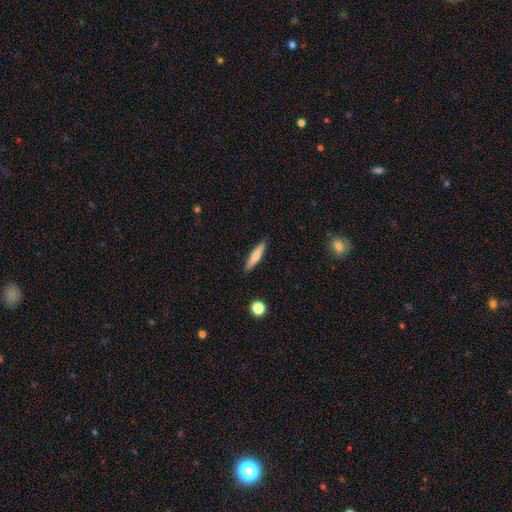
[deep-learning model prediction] smooth-or-featured: smooth: 66% | featured or disk: 27% | star or artifact: 6%
  how-rounded: cigar-shaped: 85% | in between: 13% | round: 2%
  merging: none: 89% | minor disturbance: 8% | major disturbance: 2% | merger: 1%